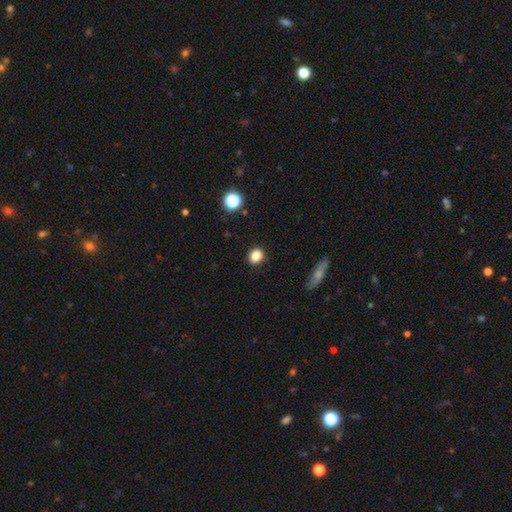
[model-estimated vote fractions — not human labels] This appears to be a smooth galaxy with no disk features (85%) that is round (56%). Merging: none (89%).